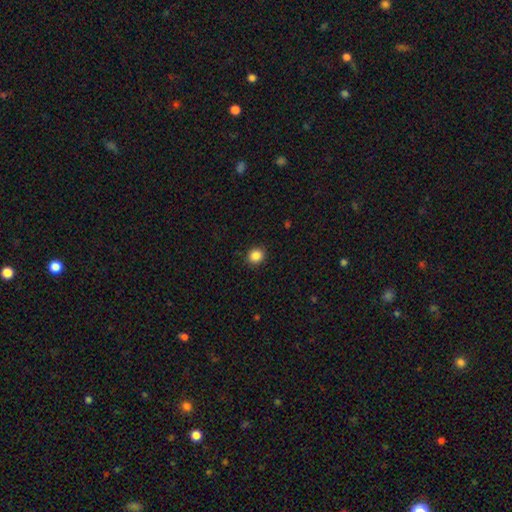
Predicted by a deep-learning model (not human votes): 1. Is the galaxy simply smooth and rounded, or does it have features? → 86% smooth, 10% star or artifact, 3% featured or disk.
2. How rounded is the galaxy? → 83% round, 16% in between, 1% cigar-shaped.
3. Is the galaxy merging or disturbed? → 91% none, 6% minor disturbance, 2% major disturbance, 1% merger.